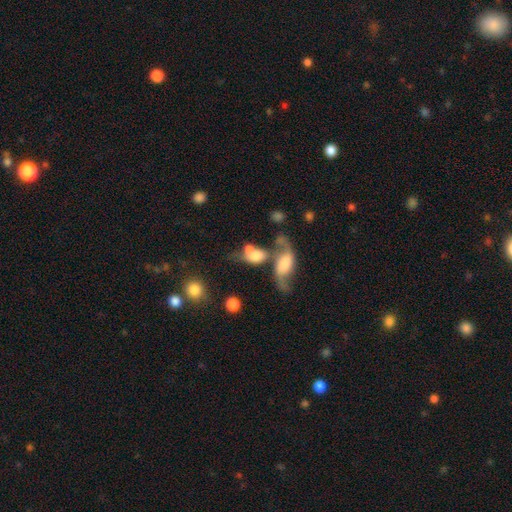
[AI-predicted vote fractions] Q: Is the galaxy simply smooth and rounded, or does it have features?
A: smooth — 59%.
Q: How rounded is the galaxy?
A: in between — 73%.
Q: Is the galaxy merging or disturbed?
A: merger — 54%.